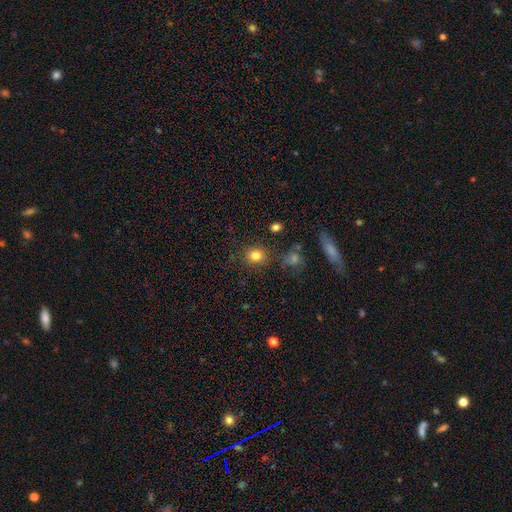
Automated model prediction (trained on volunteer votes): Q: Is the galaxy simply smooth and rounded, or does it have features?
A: smooth — 82%.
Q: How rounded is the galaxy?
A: round — 77%.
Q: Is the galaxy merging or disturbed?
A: none — 81%.